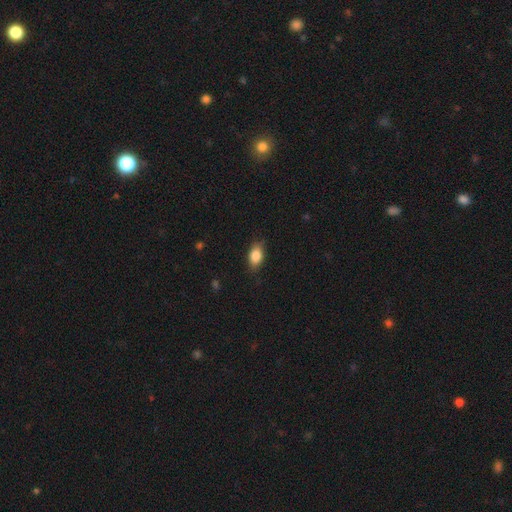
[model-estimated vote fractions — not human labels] Smooth or featured: smooth — 84% (featured or disk — 9%)
How rounded: in between — 86% (round — 9%)
Merging: none — 80% (minor disturbance — 16%)